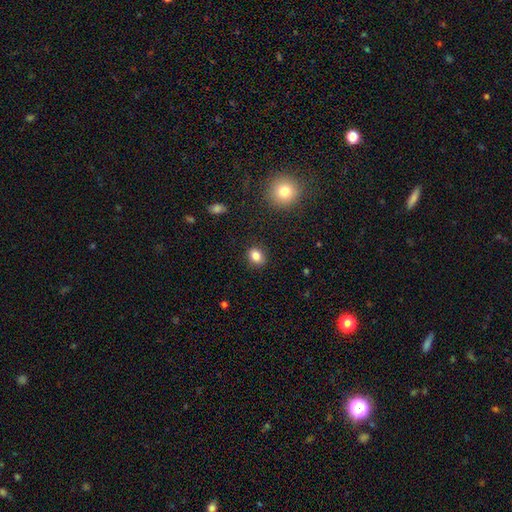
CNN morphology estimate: The model was most divided on "how rounded": in between: 52%, round: 47%, cigar-shaped: 1%. More confident: merging — none (86%); smooth or featured — smooth (83%).